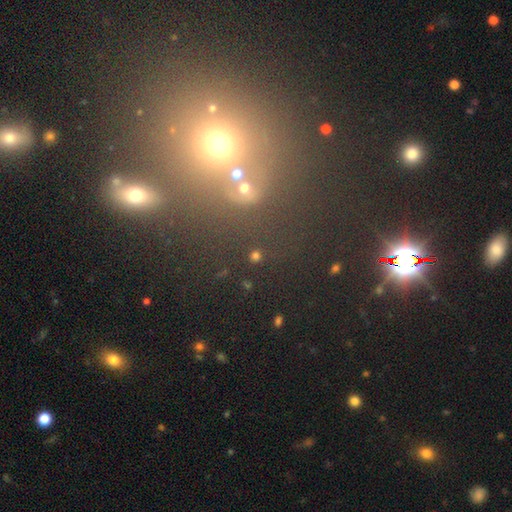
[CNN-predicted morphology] smooth-or-featured: smooth: 51% | star or artifact: 38% | featured or disk: 11%
  how-rounded: round: 76% | in between: 21% | cigar-shaped: 3%
  merging: none: 76% | minor disturbance: 10% | merger: 8% | major disturbance: 6%